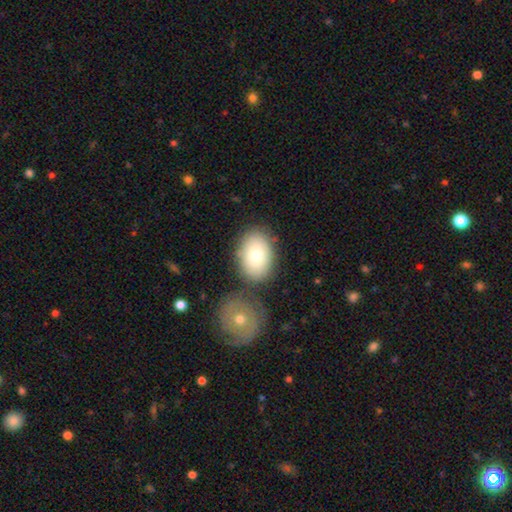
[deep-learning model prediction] This is likely a smooth galaxy (80%). How rounded: clearly in between (82%). Merging: likely none (69%).